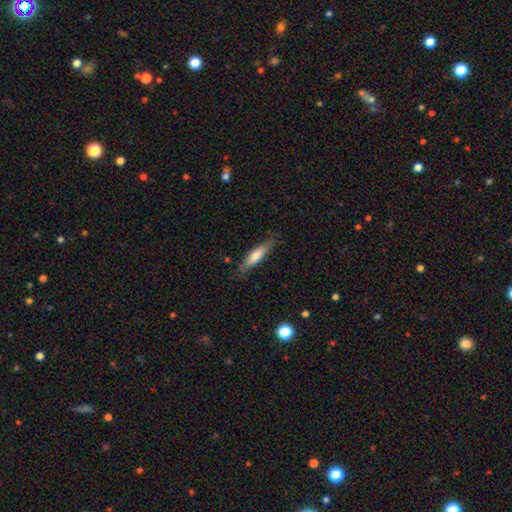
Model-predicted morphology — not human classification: Smooth or featured? smooth (64%)
How rounded? cigar-shaped (77%)
Merging? none (83%)